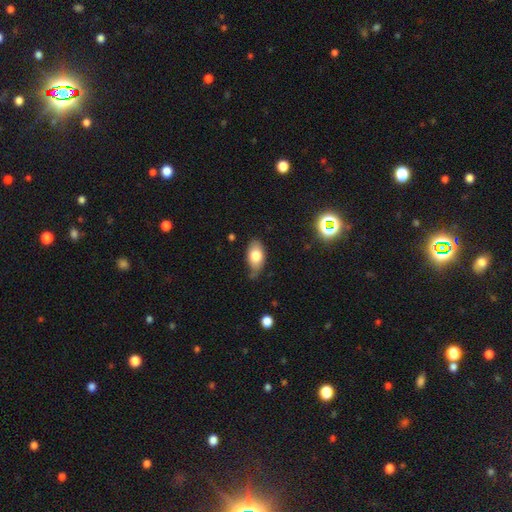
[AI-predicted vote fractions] smooth 77%, featured or disk 15%, star or artifact 8%. Down the decision tree: how rounded — in between (91%); merging — none (64%).